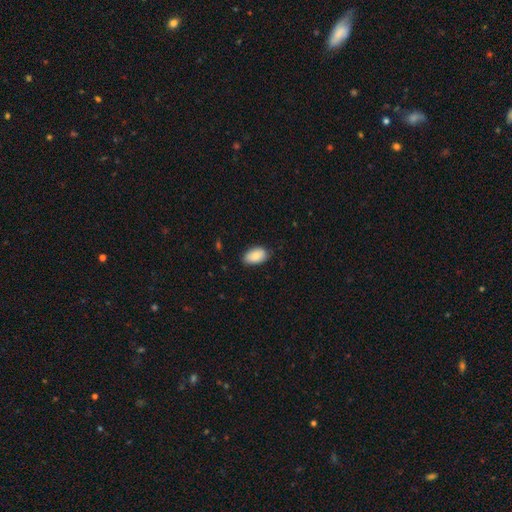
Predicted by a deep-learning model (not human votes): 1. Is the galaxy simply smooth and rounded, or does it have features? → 85% smooth, 8% featured or disk, 6% star or artifact.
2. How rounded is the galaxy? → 94% in between, 5% round, 1% cigar-shaped.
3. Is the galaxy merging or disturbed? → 77% none, 20% minor disturbance, 3% major disturbance, 1% merger.